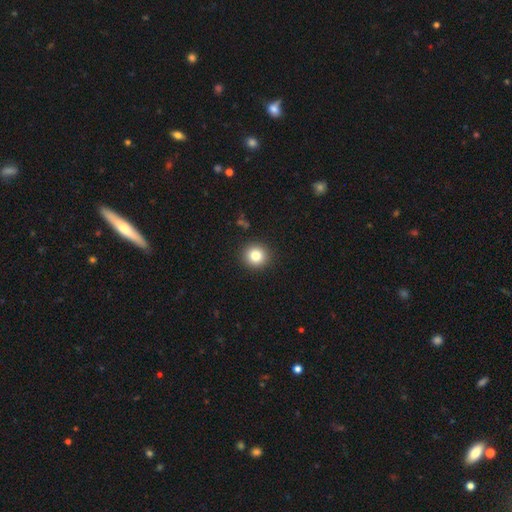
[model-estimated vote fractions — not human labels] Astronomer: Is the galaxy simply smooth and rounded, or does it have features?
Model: smooth — 82%.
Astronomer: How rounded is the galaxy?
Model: round — 93%.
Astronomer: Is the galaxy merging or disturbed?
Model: none — 92%.